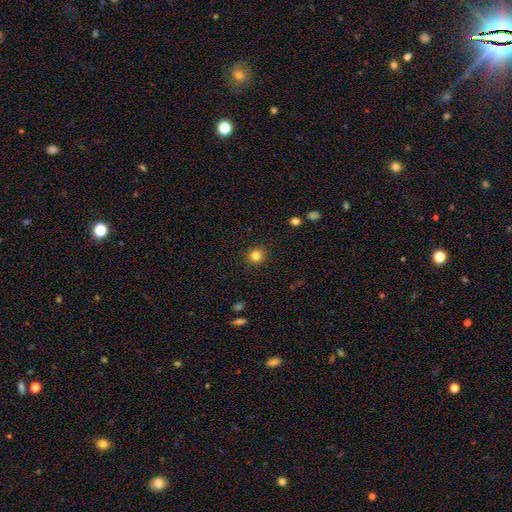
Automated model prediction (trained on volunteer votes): Smooth or featured: smooth — 83% (star or artifact — 12%)
How rounded: round — 93% (in between — 6%)
Merging: none — 91% (minor disturbance — 6%)